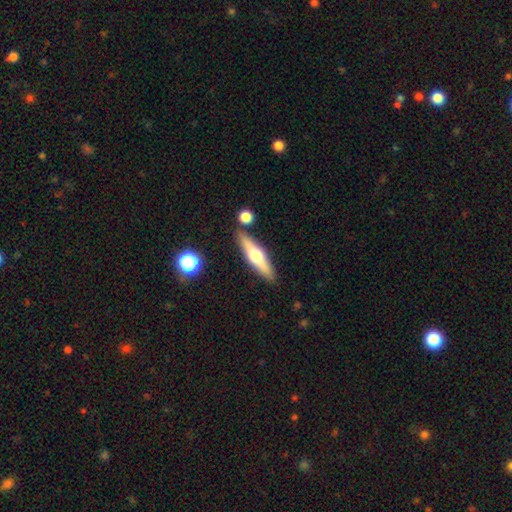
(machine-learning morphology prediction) Smooth or featured?
  - featured or disk: 54% *
  - smooth: 40%
  - star or artifact: 6%
Edge-on disk?
  - yes: 93% *
  - no: 7%
Edge-on bulge?
  - rounded: 94% *
  - boxy: 4%
  - none: 3%
Merging?
  - none: 84% *
  - minor disturbance: 9%
  - merger: 4%
  - major disturbance: 2%